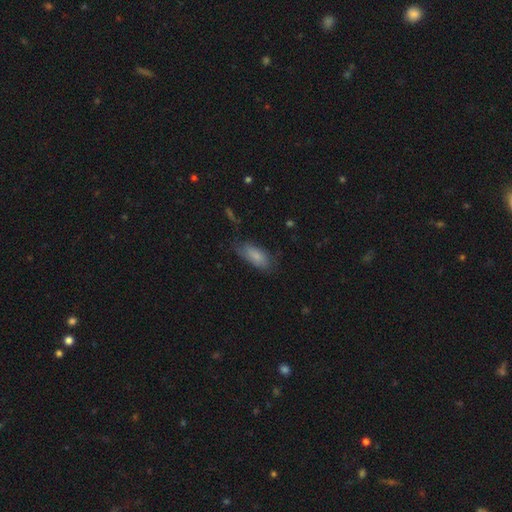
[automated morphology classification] Smooth or featured?
  - smooth: 81% *
  - featured or disk: 13%
  - star or artifact: 7%
How rounded?
  - in between: 83% *
  - cigar-shaped: 14%
  - round: 2%
Merging?
  - none: 63% *
  - minor disturbance: 27%
  - major disturbance: 8%
  - merger: 2%